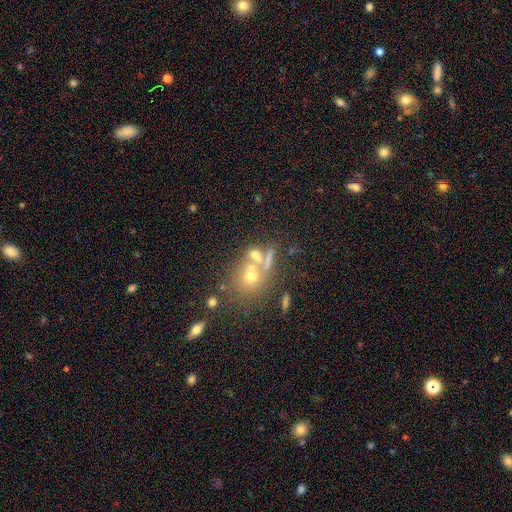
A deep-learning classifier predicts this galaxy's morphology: Smooth or featured?
  - smooth: 53% *
  - featured or disk: 27%
  - star or artifact: 21%
How rounded?
  - round: 58% *
  - in between: 34%
  - cigar-shaped: 8%
Merging?
  - merger: 42% *
  - none: 40%
  - minor disturbance: 10%
  - major disturbance: 8%